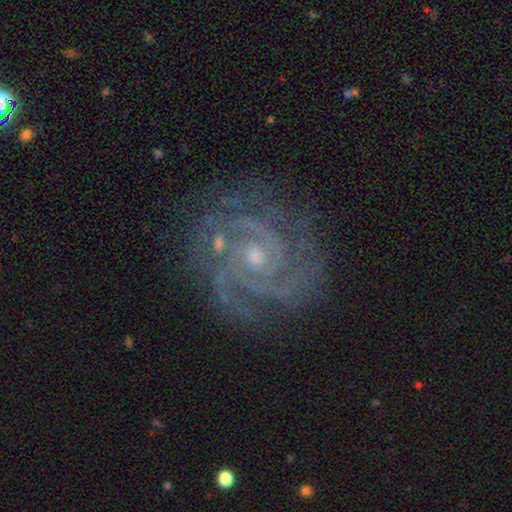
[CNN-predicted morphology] smooth_or_featured: featured or disk (p=0.92) [alt: star or artifact p=0.05]
disk_edge_on: no (p=0.98) [alt: yes p=0.02]
bar: no (p=0.70) [alt: weak p=0.24]
has_spiral_arms: yes (p=0.99) [alt: no p=0.01]
spiral_winding: tight (p=0.73) [alt: medium p=0.25]
spiral_arm_count: 3 (p=0.34) [alt: 2 p=0.29]
bulge_size: small (p=0.55) [alt: moderate p=0.41]
merging: none (p=0.75) [alt: minor disturbance p=0.16]